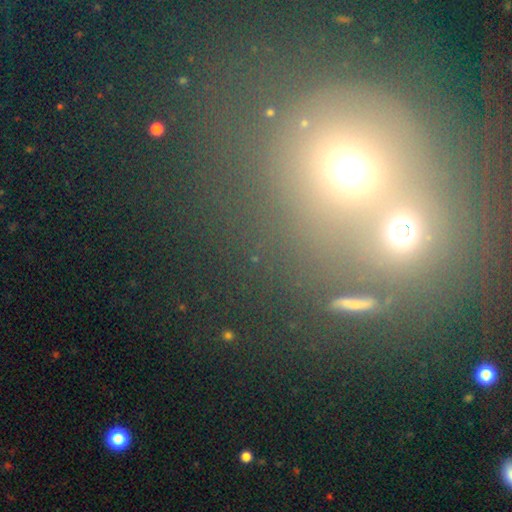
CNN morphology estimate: A smooth galaxy with no disk features (45%). Merging: none (60%).